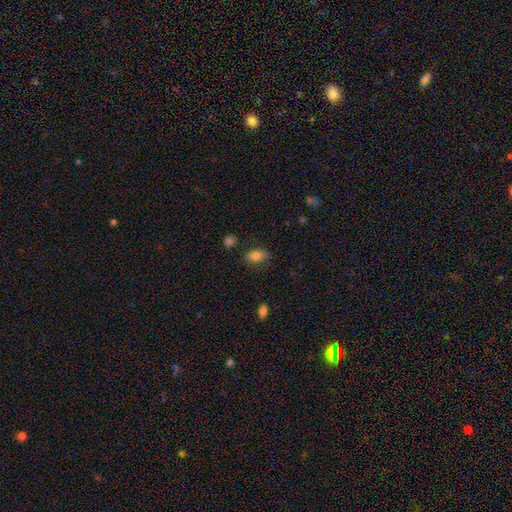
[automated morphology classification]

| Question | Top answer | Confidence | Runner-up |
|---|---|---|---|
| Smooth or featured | smooth | 80% | featured or disk (11%) |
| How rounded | in between | 86% | round (9%) |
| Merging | none | 78% | minor disturbance (16%) |